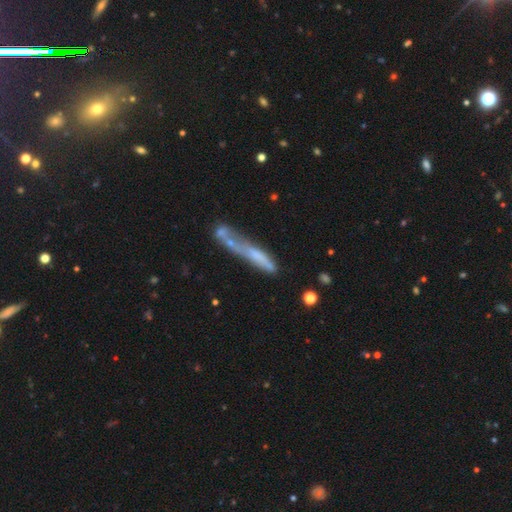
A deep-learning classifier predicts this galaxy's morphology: A smooth galaxy with no disk features (46%).

Vote fractions:
- Smooth or featured? smooth: 46% / featured or disk: 43% / star or artifact: 11%
- Merging? none: 40% / merger: 24% / minor disturbance: 21% / major disturbance: 15%